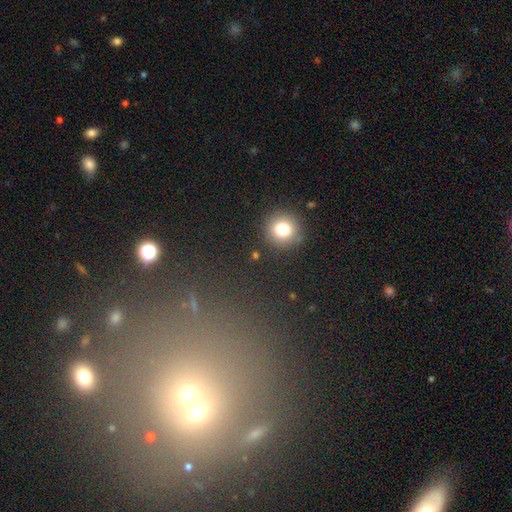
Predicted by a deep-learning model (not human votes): Smooth or featured? Predicted: smooth (p=0.74). How rounded? Predicted: round (p=0.93). Merging? Predicted: none (p=0.90).